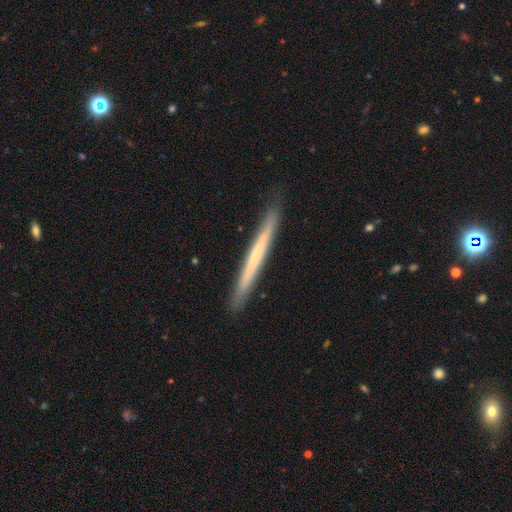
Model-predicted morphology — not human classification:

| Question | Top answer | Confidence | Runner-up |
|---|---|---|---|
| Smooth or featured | featured or disk | 49% | smooth (45%) |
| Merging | none | 89% | minor disturbance (8%) |